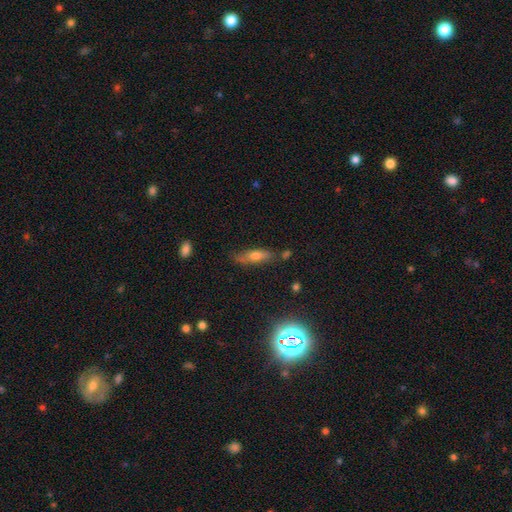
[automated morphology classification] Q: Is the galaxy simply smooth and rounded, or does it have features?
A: smooth — 59%.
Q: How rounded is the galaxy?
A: cigar-shaped — 57%.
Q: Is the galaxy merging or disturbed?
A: none — 69%.